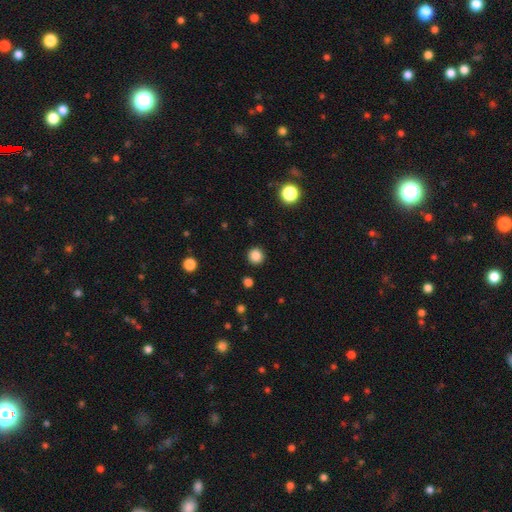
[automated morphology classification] A smooth galaxy with no disk features (85%) that is round (94%). Merging: none (92%).